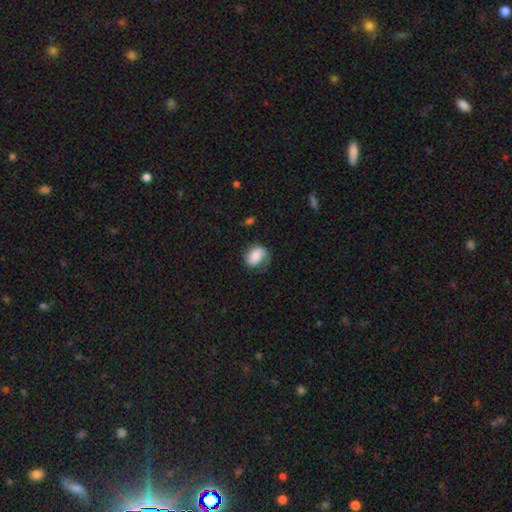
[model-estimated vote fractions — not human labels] smooth 63%, featured or disk 29%, star or artifact 7%. Down the decision tree: how rounded — in between (65%); merging — none (47%).